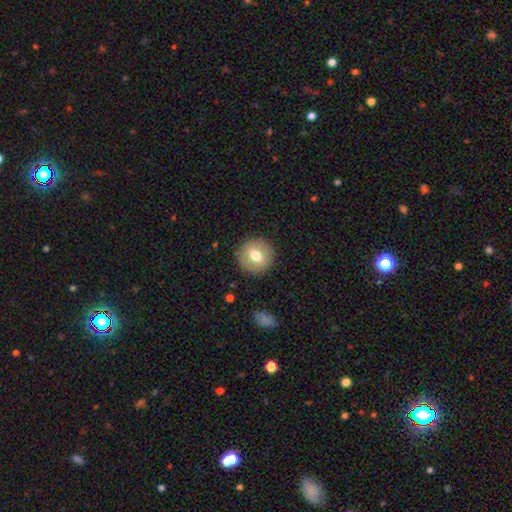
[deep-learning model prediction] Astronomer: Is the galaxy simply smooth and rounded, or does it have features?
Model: smooth — 67%.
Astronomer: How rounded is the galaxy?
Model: round — 91%.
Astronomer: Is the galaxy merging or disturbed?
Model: none — 89%.